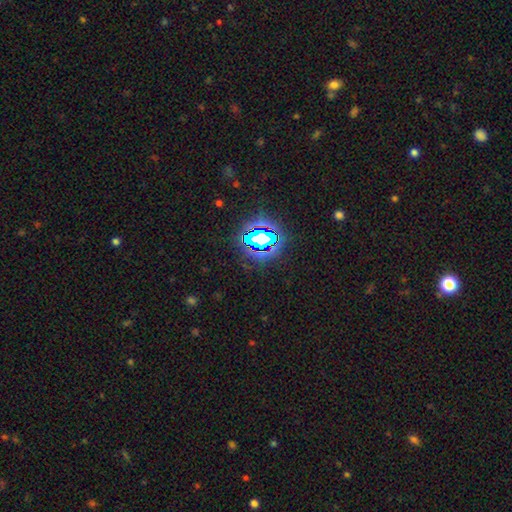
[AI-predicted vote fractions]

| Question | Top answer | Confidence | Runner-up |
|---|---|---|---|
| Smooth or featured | star or artifact | 79% | smooth (14%) |